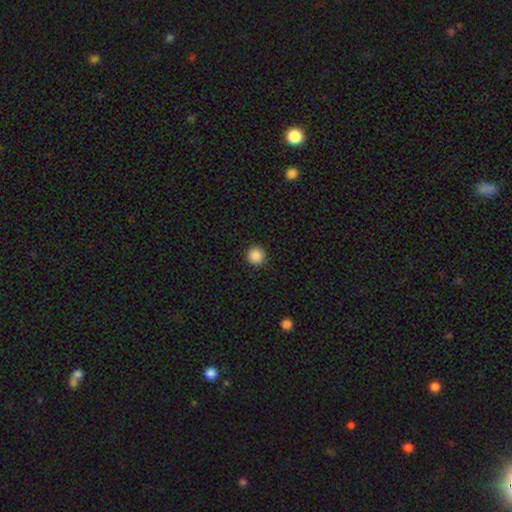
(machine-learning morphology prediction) Smooth or featured?
  - smooth: 88% *
  - star or artifact: 10%
  - featured or disk: 2%
How rounded?
  - round: 95% *
  - in between: 4%
  - cigar-shaped: 1%
Merging?
  - none: 92% *
  - minor disturbance: 5%
  - major disturbance: 2%
  - merger: 1%